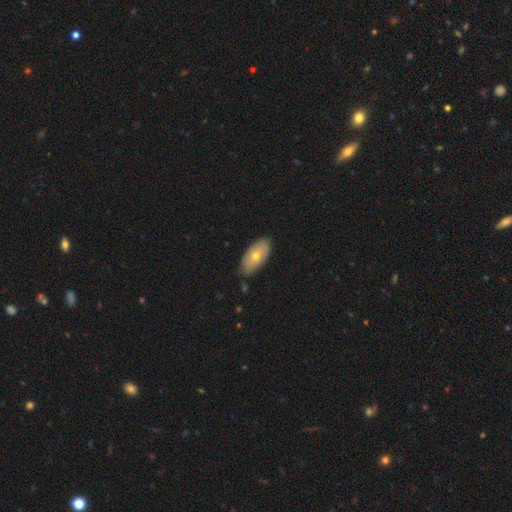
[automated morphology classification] Smooth or featured? smooth (64%)
How rounded? in between (91%)
Merging? none (84%)